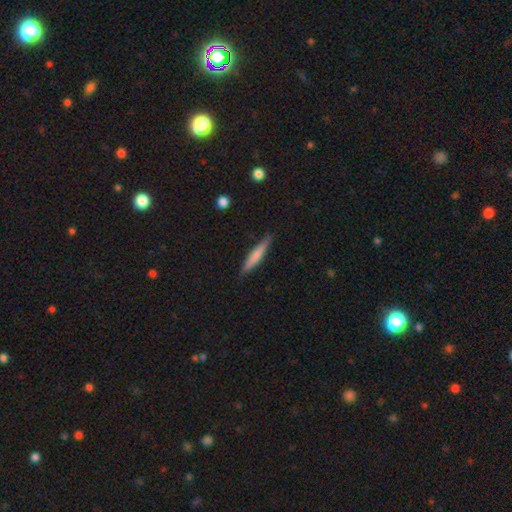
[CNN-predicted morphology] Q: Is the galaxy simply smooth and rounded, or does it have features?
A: smooth — 62%.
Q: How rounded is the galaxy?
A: cigar-shaped — 92%.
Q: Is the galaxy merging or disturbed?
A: none — 88%.